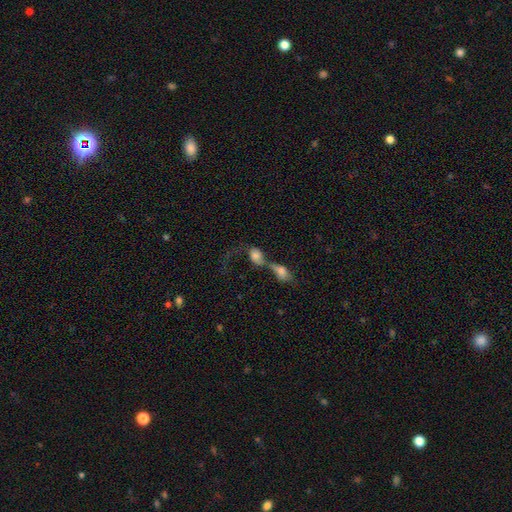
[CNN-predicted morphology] smooth 64%, featured or disk 25%, star or artifact 11%. Down the decision tree: how rounded — in between (68%); merging — merger (77%).